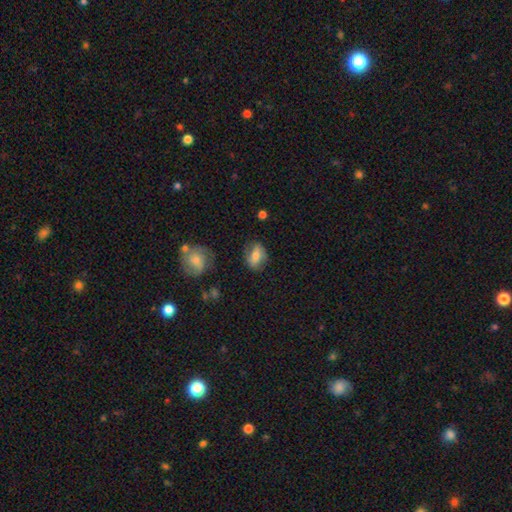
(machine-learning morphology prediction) Overall: smooth (59%; featured or disk 33%). How rounded: in between (70%). Merging: none (73%).